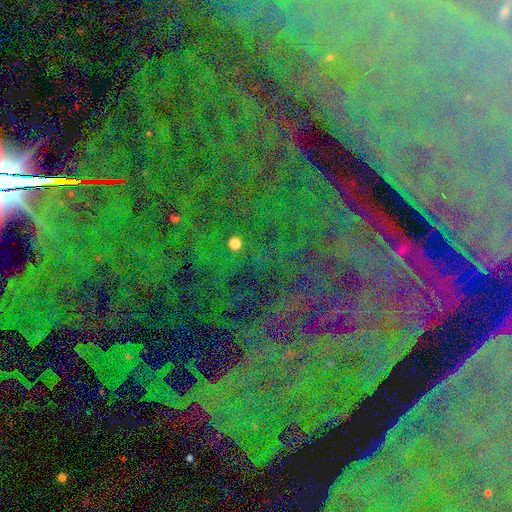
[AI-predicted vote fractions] The model was most divided on "smooth or featured": star or artifact: 85%, featured or disk: 8%, smooth: 7%.